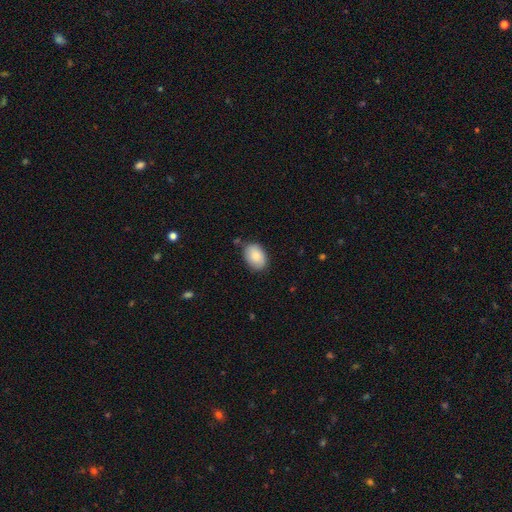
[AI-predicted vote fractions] Smooth or featured?
  - smooth: 85% *
  - featured or disk: 8%
  - star or artifact: 6%
How rounded?
  - in between: 85% *
  - round: 14%
  - cigar-shaped: 1%
Merging?
  - none: 80% *
  - minor disturbance: 15%
  - major disturbance: 3%
  - merger: 2%